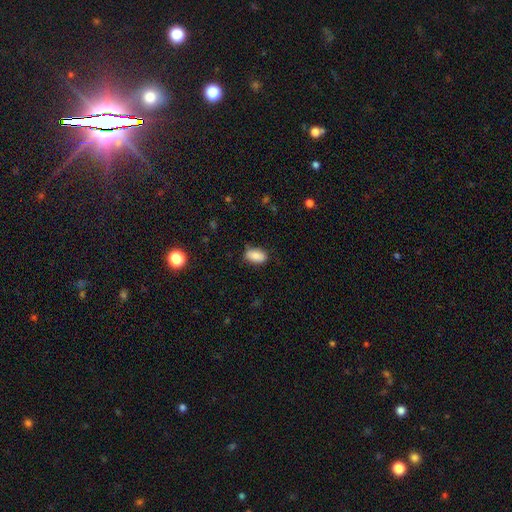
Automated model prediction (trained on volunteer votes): Q: Smooth or featured?
A: smooth (82%); runner-up: featured or disk (10%)
Q: How rounded?
A: in between (91%); runner-up: round (6%)
Q: Merging?
A: none (80%); runner-up: minor disturbance (16%)